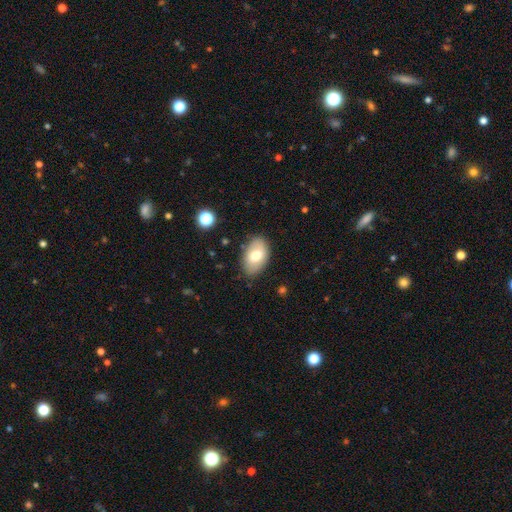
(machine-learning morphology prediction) This appears to be a smooth galaxy with no disk features (70%) that is in between round and cigar-shaped (91%). Merging: none (81%).